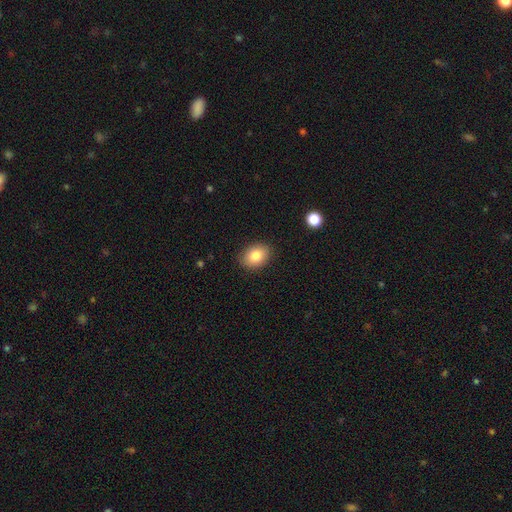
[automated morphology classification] The model was most divided on "how rounded": in between: 75%, round: 24%, cigar-shaped: 1%. More confident: merging — none (88%); smooth or featured — smooth (84%).